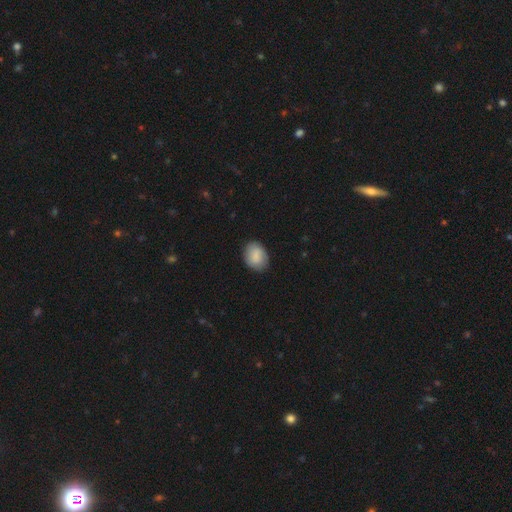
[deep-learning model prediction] Morphology: type=smooth (86%); roundness=in between (63%); merging=none (83%).